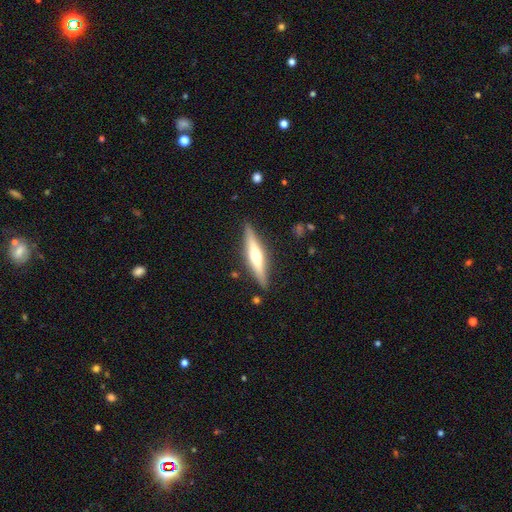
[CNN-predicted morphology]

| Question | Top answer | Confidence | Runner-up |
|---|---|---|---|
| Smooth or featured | featured or disk | 61% | smooth (34%) |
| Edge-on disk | yes | 95% | no (5%) |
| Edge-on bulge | rounded | 88% | none (6%) |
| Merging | none | 87% | minor disturbance (9%) |